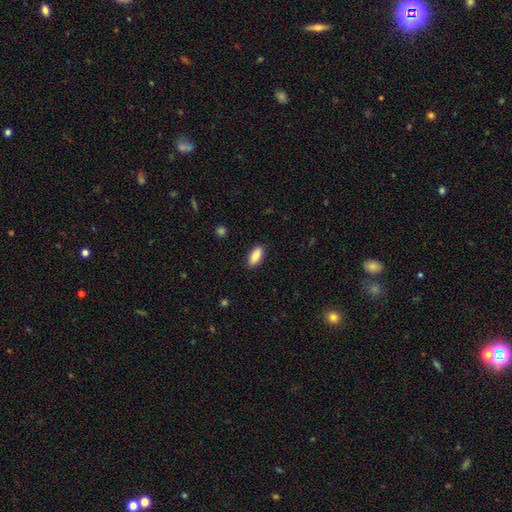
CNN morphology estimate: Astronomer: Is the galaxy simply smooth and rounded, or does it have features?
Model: smooth — 89%.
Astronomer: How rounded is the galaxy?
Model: in between — 86%.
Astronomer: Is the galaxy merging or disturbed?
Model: none — 89%.